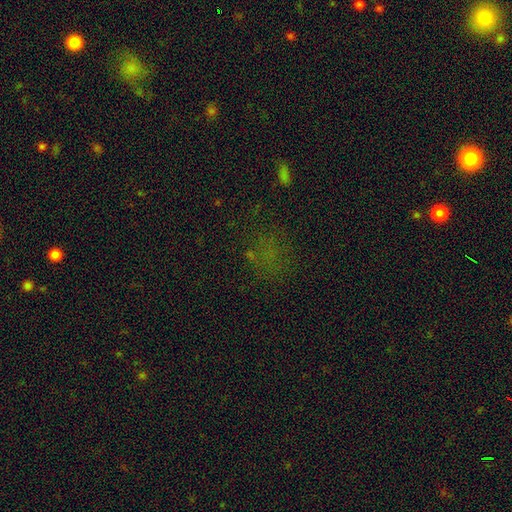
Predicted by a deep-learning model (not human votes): Overall: star or artifact (45%; smooth 38%).